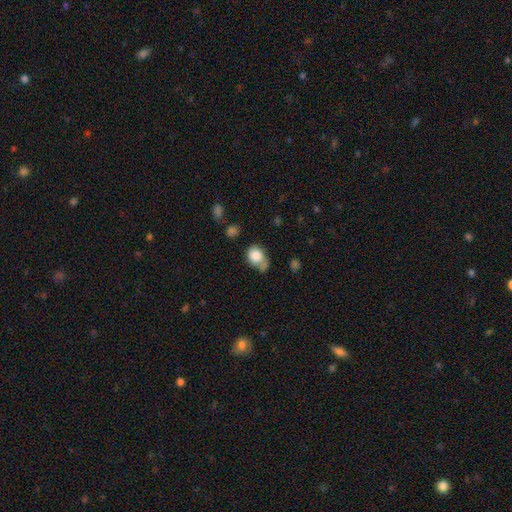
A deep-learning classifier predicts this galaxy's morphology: smooth_or_featured: smooth (p=0.82) [alt: featured or disk p=0.09]
how_rounded: round (p=0.50) [alt: in between p=0.49]
merging: none (p=0.38) [alt: minor disturbance p=0.30]